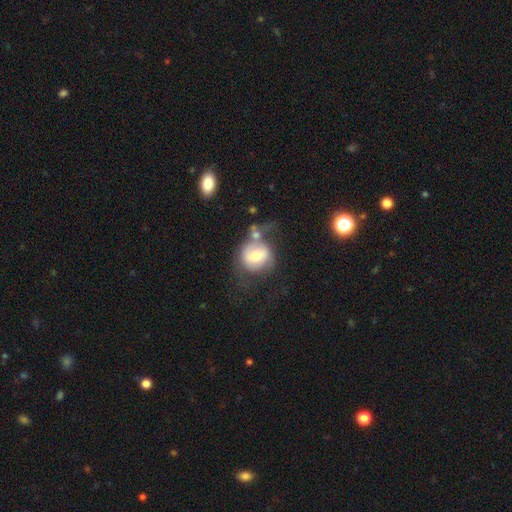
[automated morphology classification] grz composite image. It shows a smooth galaxy with no disk features (56%) that is round (83%). Merging: none (37%).